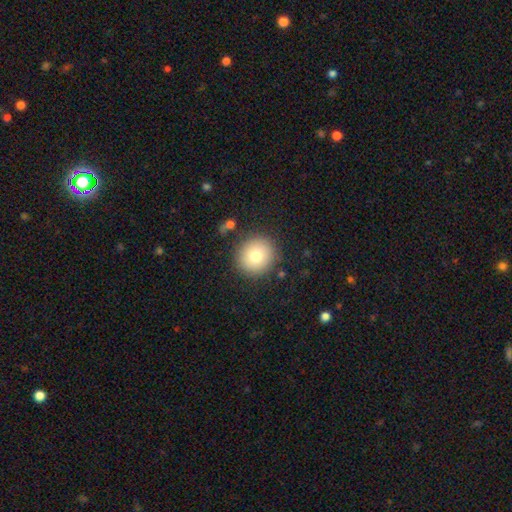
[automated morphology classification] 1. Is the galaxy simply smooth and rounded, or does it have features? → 77% smooth, 12% featured or disk, 11% star or artifact.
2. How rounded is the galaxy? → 91% round, 8% in between, 1% cigar-shaped.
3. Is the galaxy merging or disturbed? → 87% none, 8% minor disturbance, 3% major disturbance, 2% merger.